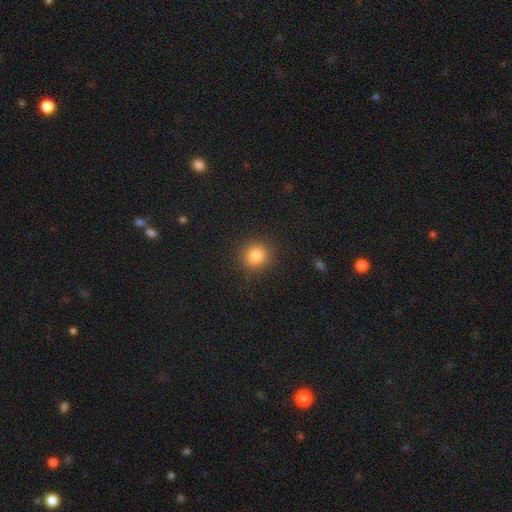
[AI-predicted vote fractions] smooth-or-featured: smooth: 83% | star or artifact: 12% | featured or disk: 5%
  how-rounded: round: 90% | in between: 9% | cigar-shaped: 1%
  merging: none: 90% | minor disturbance: 7% | major disturbance: 3% | merger: 1%